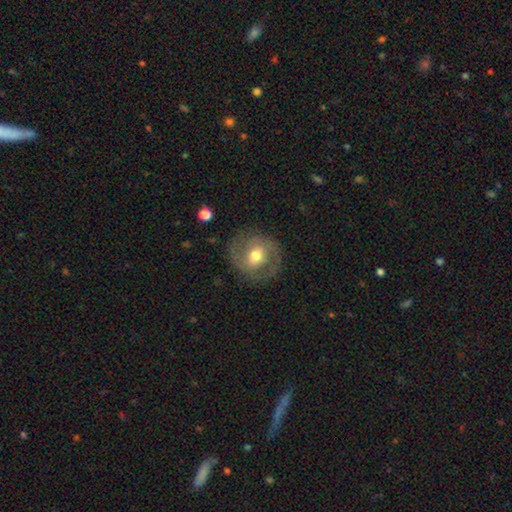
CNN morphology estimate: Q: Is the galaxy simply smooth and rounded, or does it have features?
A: featured or disk — 58%.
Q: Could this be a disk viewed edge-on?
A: no — 96%.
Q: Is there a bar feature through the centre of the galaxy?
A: weak — 43%.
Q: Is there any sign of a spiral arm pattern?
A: yes — 64%.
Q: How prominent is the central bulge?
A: moderate — 75%.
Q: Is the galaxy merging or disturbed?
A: none — 79%.